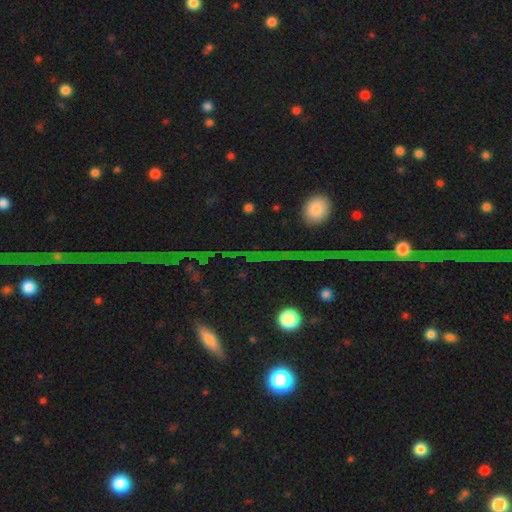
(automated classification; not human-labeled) Smooth or featured? star or artifact (66%)